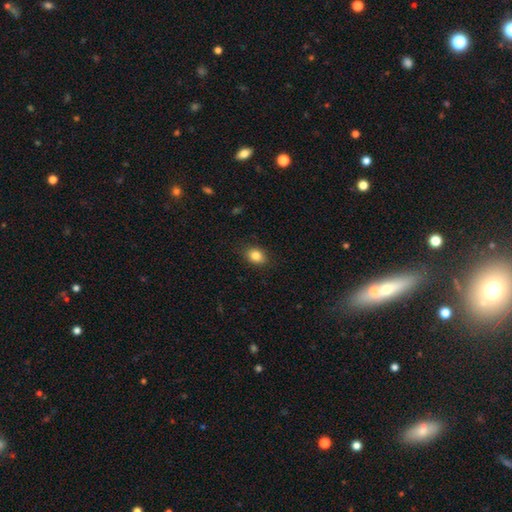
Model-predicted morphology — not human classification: Smooth or featured? Predicted: smooth (p=0.84). How rounded? Predicted: in between (p=0.70). Merging? Predicted: none (p=0.85).